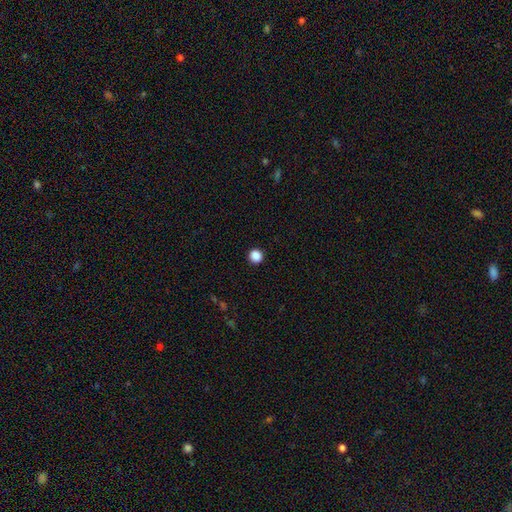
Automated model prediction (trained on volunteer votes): Smooth or featured? Predicted: smooth (p=0.87). How rounded? Predicted: round (p=0.94). Merging? Predicted: none (p=0.93).